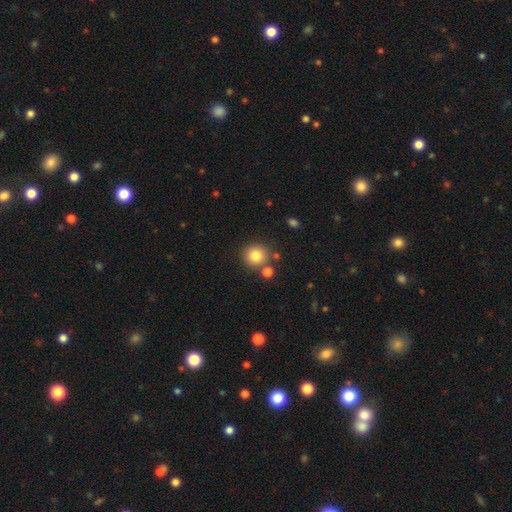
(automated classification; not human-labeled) Morphology: type=smooth (83%); roundness=round (90%); merging=none (77%).